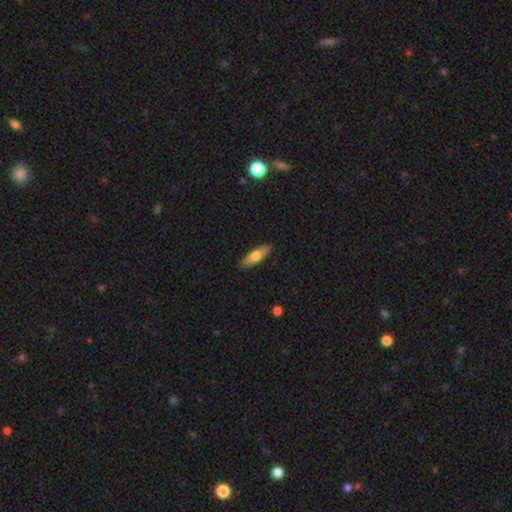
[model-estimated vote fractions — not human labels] Smooth or featured: smooth — 62% (featured or disk — 32%)
How rounded: cigar-shaped — 49% (in between — 48%)
Merging: none — 89% (minor disturbance — 8%)